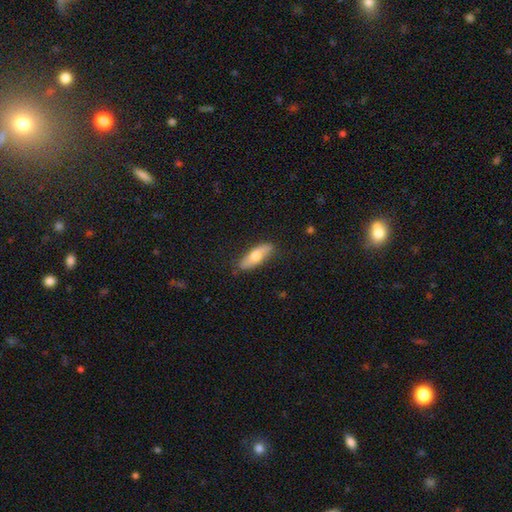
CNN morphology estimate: This is likely a smooth galaxy (62%). How rounded: possibly in between (53%). Merging: clearly none (83%).